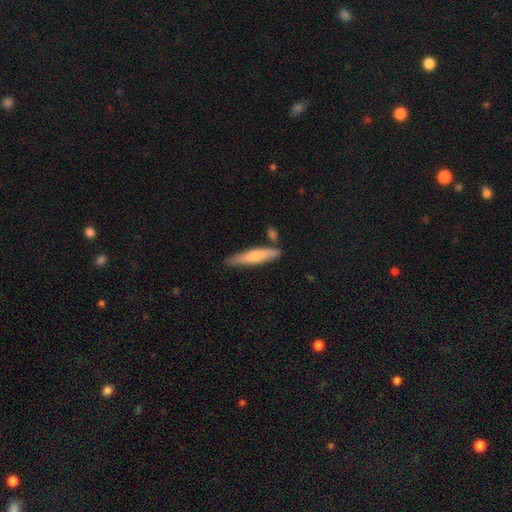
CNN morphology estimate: This is likely a smooth galaxy (63%). How rounded: clearly cigar-shaped (86%). Merging: likely none (76%).